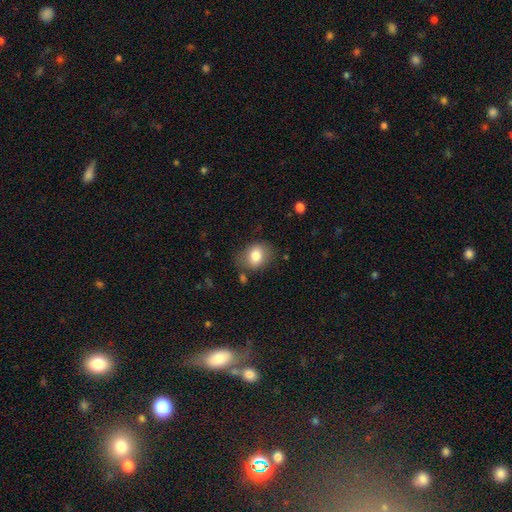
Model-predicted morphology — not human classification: Smooth or featured? Predicted: smooth (p=0.80). How rounded? Predicted: in between (p=0.57). Merging? Predicted: none (p=0.74).